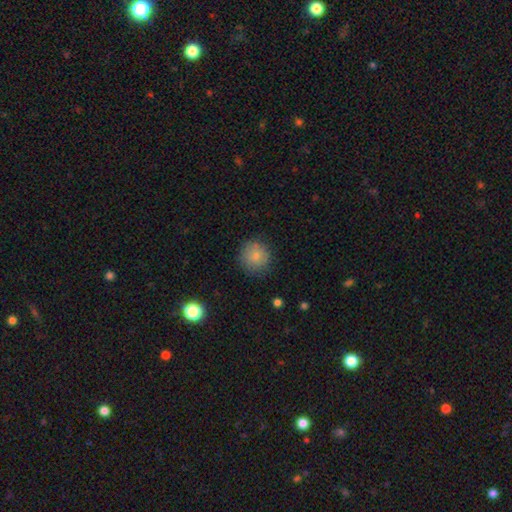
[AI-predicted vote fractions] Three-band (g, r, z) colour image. It shows a smooth galaxy with no disk features (80%) that is round (93%). Merging: none (83%).